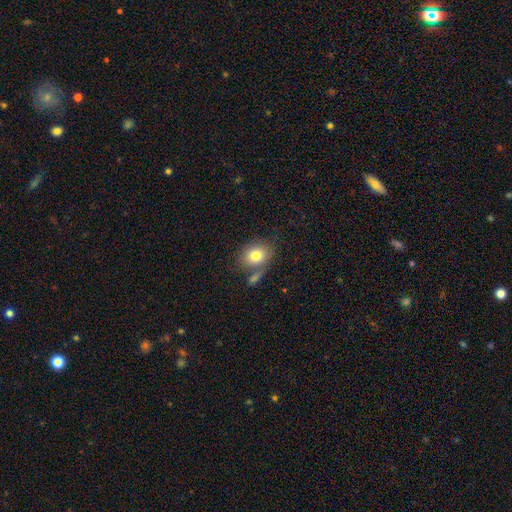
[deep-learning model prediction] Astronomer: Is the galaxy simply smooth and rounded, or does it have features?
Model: smooth — 78%.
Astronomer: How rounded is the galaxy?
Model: in between — 53% (runner-up: round, 46%).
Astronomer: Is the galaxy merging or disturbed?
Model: none — 56%.